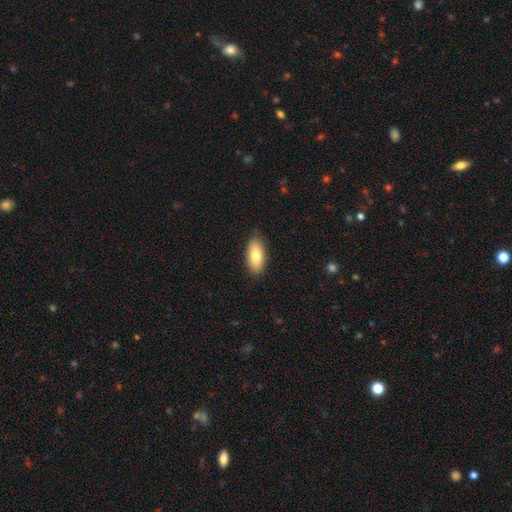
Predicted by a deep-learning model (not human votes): A smooth galaxy with no disk features (79%) that is in between round and cigar-shaped (89%).

Vote fractions:
- Smooth or featured? smooth: 79% / featured or disk: 15% / star or artifact: 6%
- How rounded? in between: 89% / cigar-shaped: 9% / round: 3%
- Merging? none: 87% / minor disturbance: 10% / major disturbance: 2% / merger: 1%